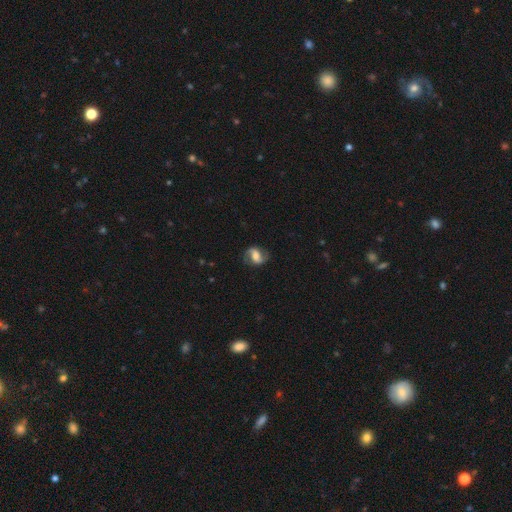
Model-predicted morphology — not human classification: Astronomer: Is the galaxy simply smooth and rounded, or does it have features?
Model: featured or disk — 73%.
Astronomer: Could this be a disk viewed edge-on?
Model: no — 97%.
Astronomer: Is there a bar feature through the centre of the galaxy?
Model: weak — 44% (runner-up: strong, 30%).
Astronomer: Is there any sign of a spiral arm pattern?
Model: yes — 92%.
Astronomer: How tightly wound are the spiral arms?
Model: medium — 43% (runner-up: loose, 42%).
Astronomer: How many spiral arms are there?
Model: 2 — 91%.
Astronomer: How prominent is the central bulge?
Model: moderate — 46% (runner-up: large, 25%).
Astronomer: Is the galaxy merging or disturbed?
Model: none — 78%.